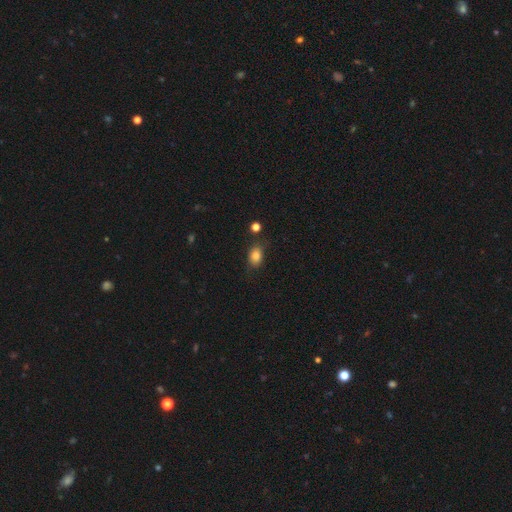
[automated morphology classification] A smooth galaxy with no disk features (83%) that is in between round and cigar-shaped (71%).

Vote fractions:
- Smooth or featured? smooth: 83% / star or artifact: 10% / featured or disk: 6%
- How rounded? in between: 71% / round: 27% / cigar-shaped: 2%
- Merging? none: 74% / minor disturbance: 18% / major disturbance: 5% / merger: 4%